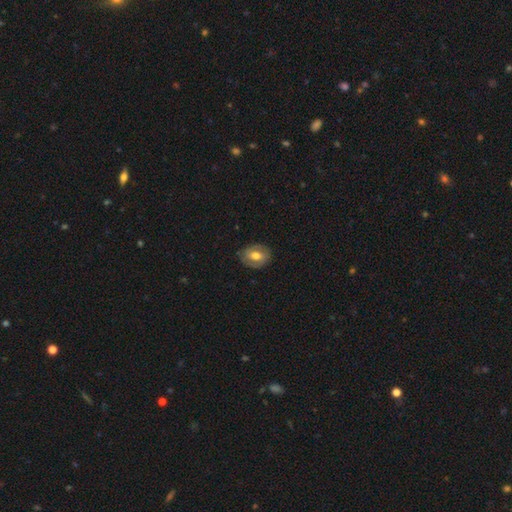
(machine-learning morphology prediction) The model was most divided on "smooth or featured": smooth: 51%, featured or disk: 42%, star or artifact: 7%. More confident: merging — none (82%); how rounded — in between (57%).